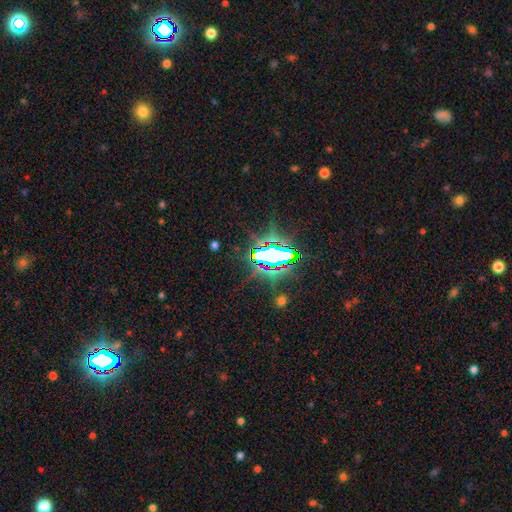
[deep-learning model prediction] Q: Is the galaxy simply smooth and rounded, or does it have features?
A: star or artifact — 80%.